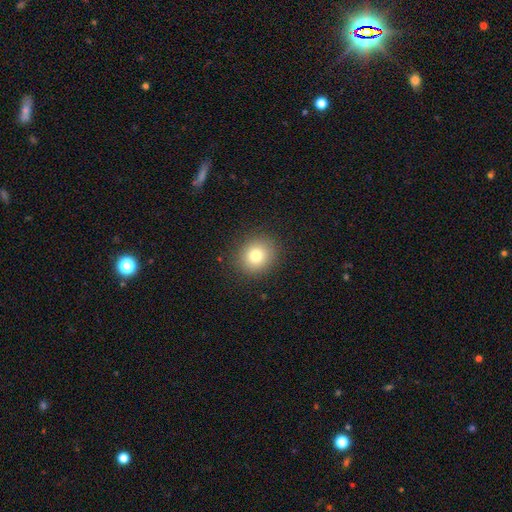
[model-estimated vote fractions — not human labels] Smooth or featured? smooth (79%)
How rounded? round (83%)
Merging? none (89%)